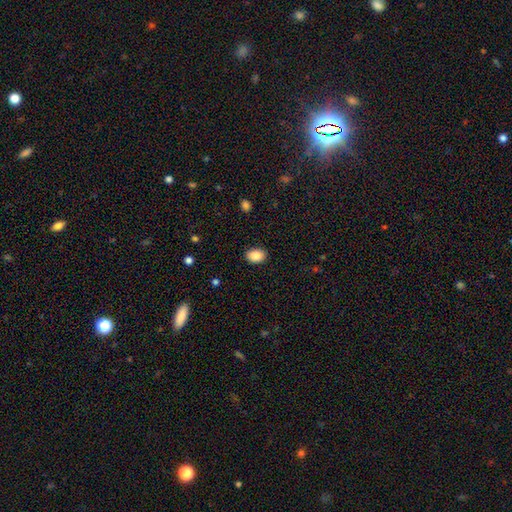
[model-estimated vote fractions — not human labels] Q: Smooth or featured?
A: smooth (89%); runner-up: star or artifact (8%)
Q: How rounded?
A: in between (75%); runner-up: round (24%)
Q: Merging?
A: none (88%); runner-up: minor disturbance (9%)